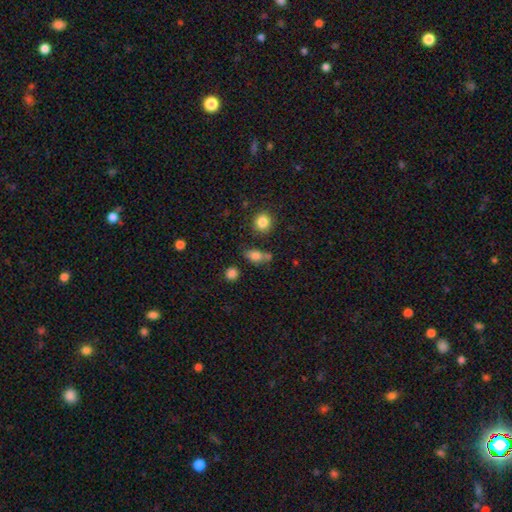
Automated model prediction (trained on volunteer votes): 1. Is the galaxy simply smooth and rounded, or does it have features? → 78% smooth, 12% star or artifact, 10% featured or disk.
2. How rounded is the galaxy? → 70% in between, 22% round, 8% cigar-shaped.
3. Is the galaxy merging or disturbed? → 61% none, 18% minor disturbance, 15% merger, 6% major disturbance.